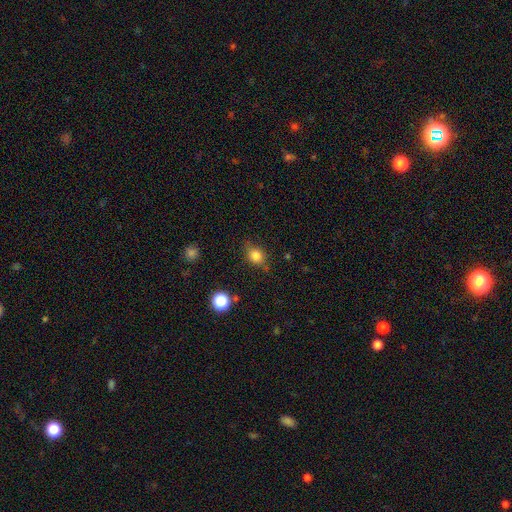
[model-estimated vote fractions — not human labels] The model was most divided on "how rounded": round: 53%, in between: 45%, cigar-shaped: 2%. More confident: smooth or featured — smooth (81%); merging — none (71%).